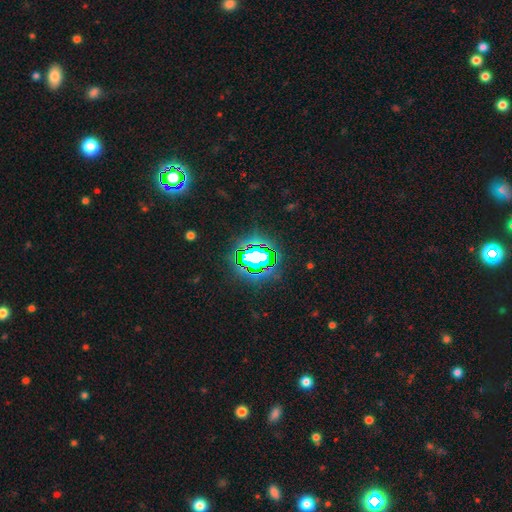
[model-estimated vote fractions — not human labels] A star or artifact, not a galaxy (76%).

Vote fractions:
- Smooth or featured? star or artifact: 76% / smooth: 14% / featured or disk: 10%